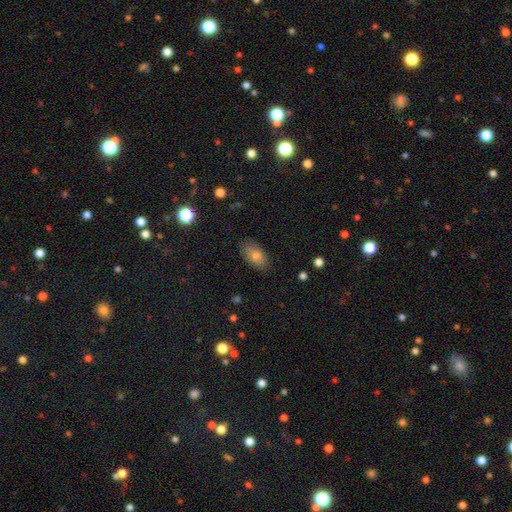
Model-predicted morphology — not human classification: Smooth or featured?
  - smooth: 78% *
  - featured or disk: 14%
  - star or artifact: 8%
How rounded?
  - in between: 92% *
  - round: 5%
  - cigar-shaped: 3%
Merging?
  - none: 80% *
  - minor disturbance: 15%
  - major disturbance: 4%
  - merger: 1%